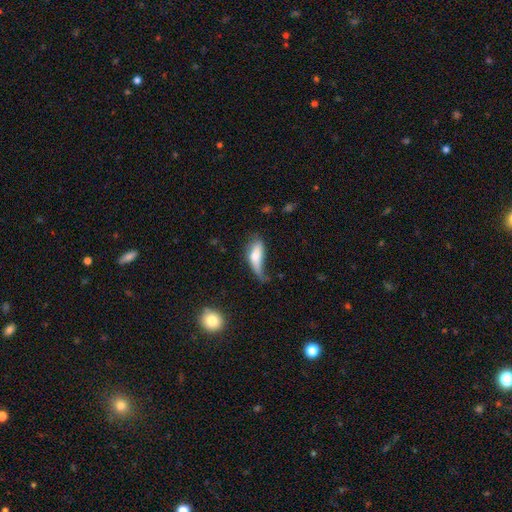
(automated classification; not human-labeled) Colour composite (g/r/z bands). It shows a smooth galaxy with no disk features (64%) that is in between round and cigar-shaped (66%). Merging: major disturbance (40%).